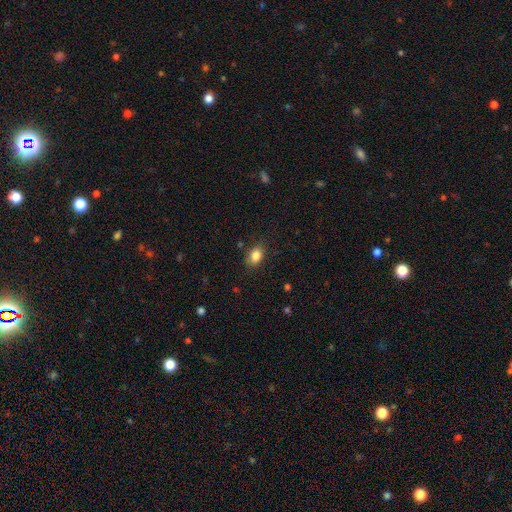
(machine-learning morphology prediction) type=smooth (85%); roundness=in between (72%); merging=none (82%).